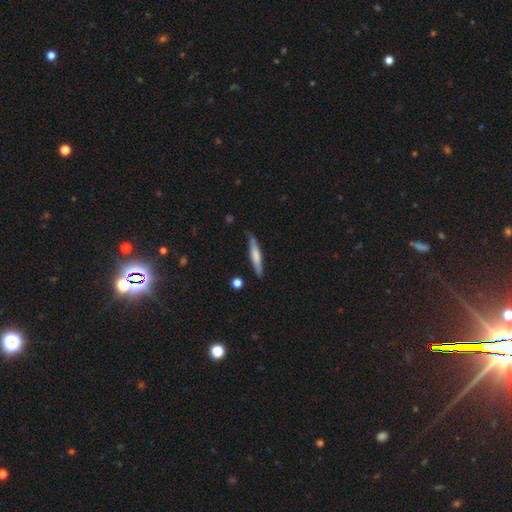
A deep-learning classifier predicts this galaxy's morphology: This is possibly a smooth galaxy (57%). How rounded: clearly cigar-shaped (90%). Merging: clearly none (80%).